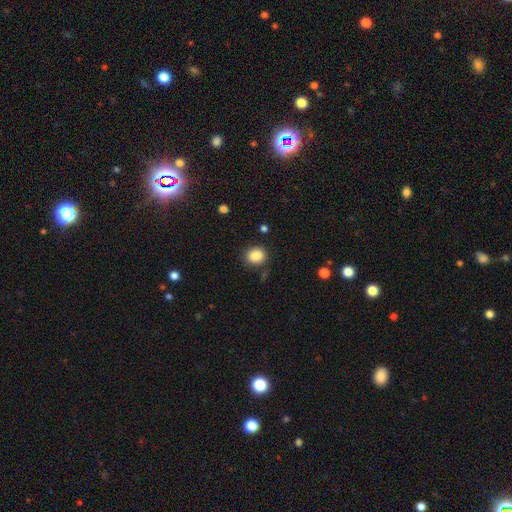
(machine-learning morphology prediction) Q: Smooth or featured?
A: smooth (86%); runner-up: star or artifact (9%)
Q: How rounded?
A: round (66%); runner-up: in between (34%)
Q: Merging?
A: none (82%); runner-up: minor disturbance (12%)